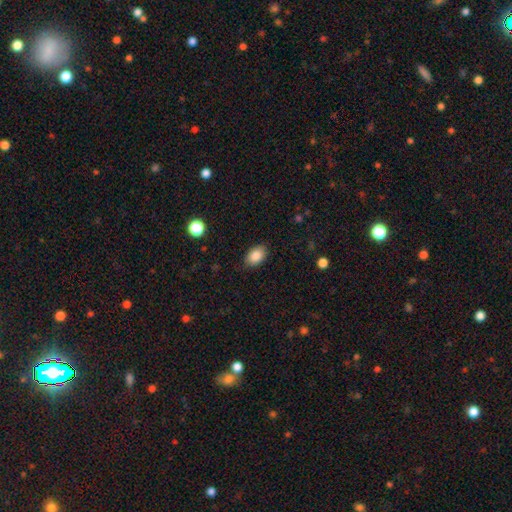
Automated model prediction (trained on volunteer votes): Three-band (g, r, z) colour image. It shows a smooth galaxy with no disk features (87%) that is in between round and cigar-shaped (86%). Merging: none (86%).